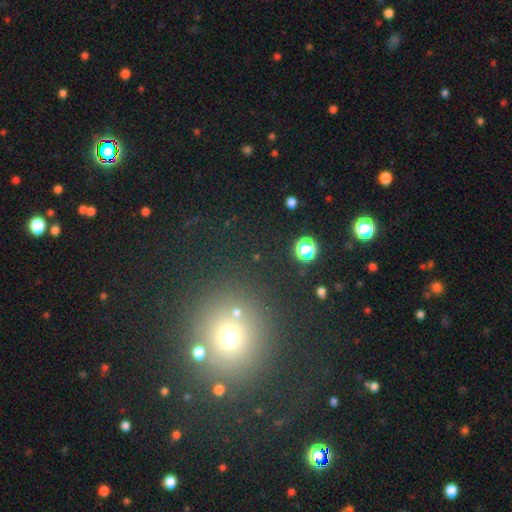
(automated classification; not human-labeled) Smooth or featured? smooth (53%)
How rounded? round (88%)
Merging? none (77%)